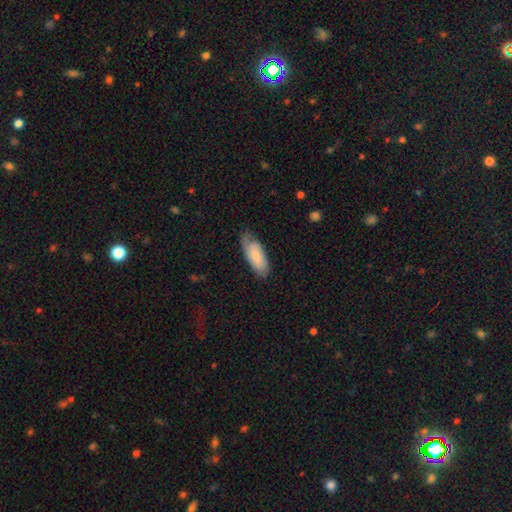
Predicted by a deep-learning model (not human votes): This is likely a smooth galaxy (70%). How rounded: clearly in between (81%). Merging: likely none (62%).